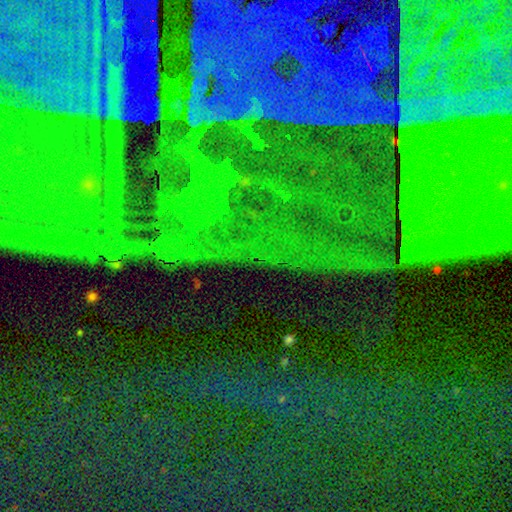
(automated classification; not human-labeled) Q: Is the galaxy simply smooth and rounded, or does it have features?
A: star or artifact — 78%.